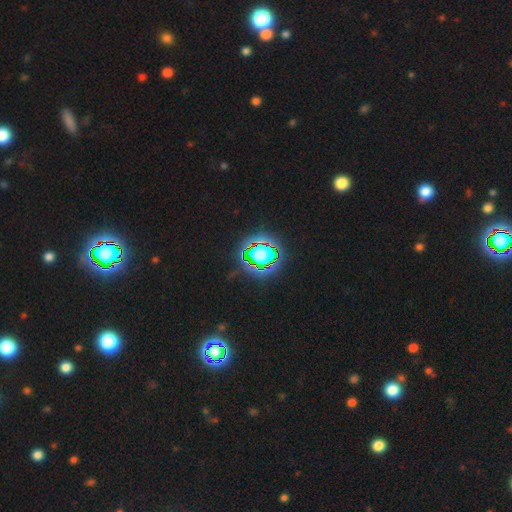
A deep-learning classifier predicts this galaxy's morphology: Smooth or featured?
  - star or artifact: 81% *
  - smooth: 12%
  - featured or disk: 7%